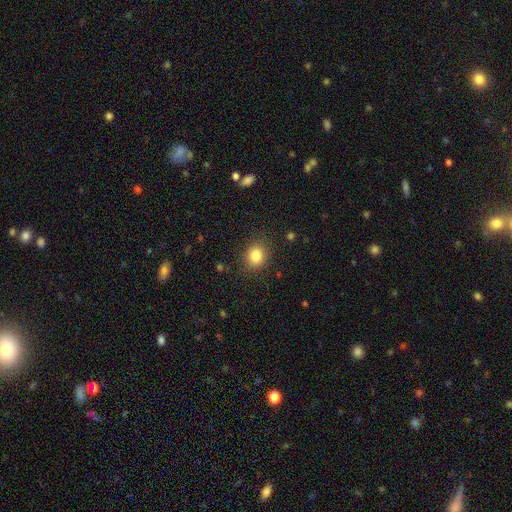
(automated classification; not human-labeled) A smooth galaxy with no disk features (84%) that is round (67%).

Vote fractions:
- Smooth or featured? smooth: 84% / star or artifact: 11% / featured or disk: 6%
- How rounded? round: 67% / in between: 32% / cigar-shaped: 1%
- Merging? none: 84% / minor disturbance: 11% / major disturbance: 4% / merger: 1%